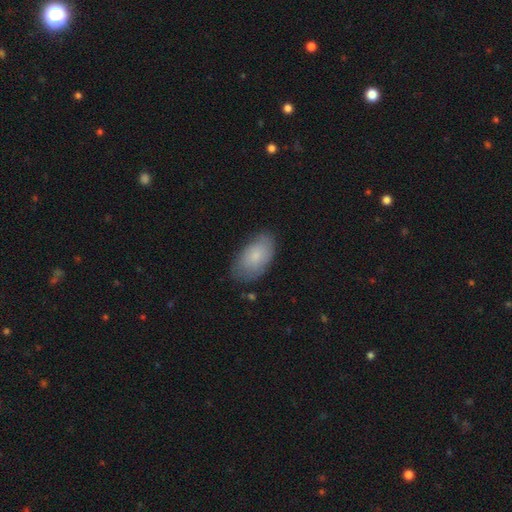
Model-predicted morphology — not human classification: A smooth galaxy with no disk features (77%) that is in between round and cigar-shaped (94%).

Vote fractions:
- Smooth or featured? smooth: 77% / featured or disk: 17% / star or artifact: 7%
- How rounded? in between: 94% / round: 4% / cigar-shaped: 2%
- Merging? none: 71% / minor disturbance: 22% / major disturbance: 5% / merger: 1%